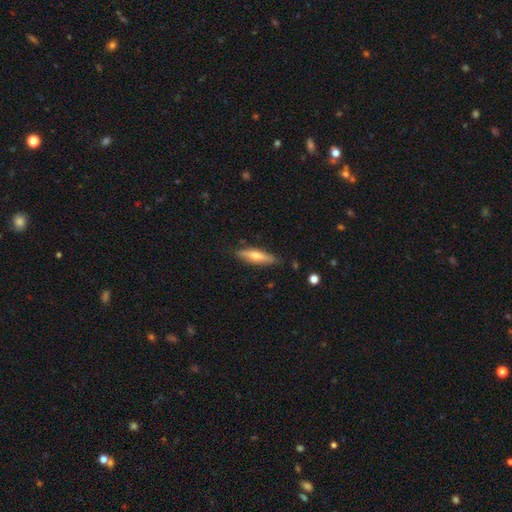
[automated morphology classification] Smooth or featured? smooth (47%)
Merging? none (84%)